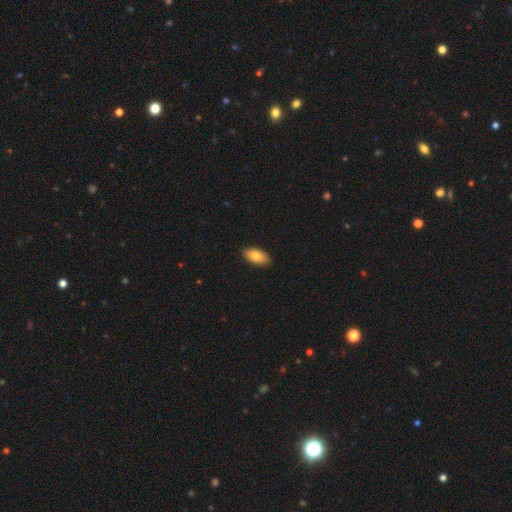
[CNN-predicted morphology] smooth 81%, featured or disk 12%, star or artifact 6%. Down the decision tree: how rounded — in between (92%); merging — none (88%).